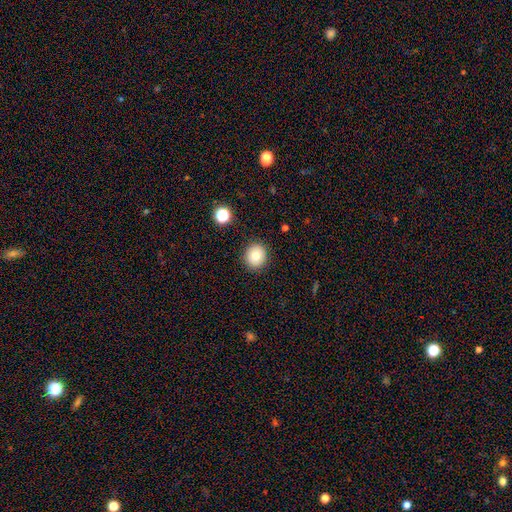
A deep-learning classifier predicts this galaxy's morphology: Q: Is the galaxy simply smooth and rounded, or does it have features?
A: smooth — 81%.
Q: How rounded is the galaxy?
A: round — 85%.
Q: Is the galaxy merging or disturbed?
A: none — 90%.